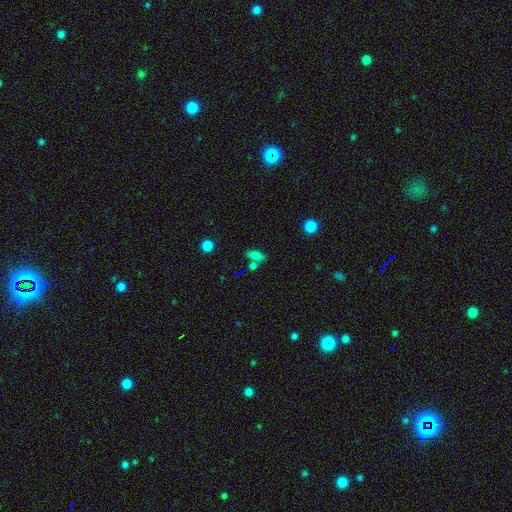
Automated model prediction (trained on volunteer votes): Overall: smooth (75%). How rounded: in between (79%). Merging: none (60%; merger 22%).